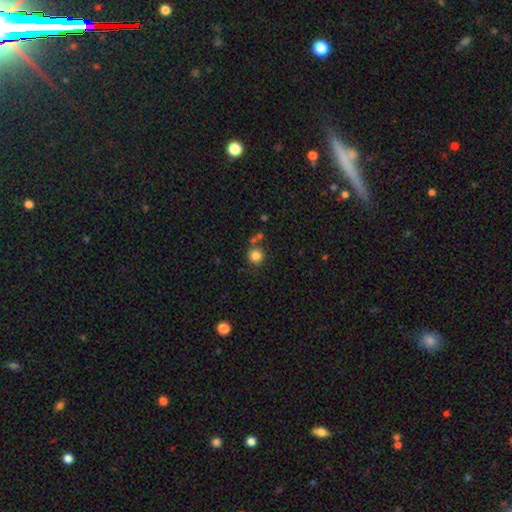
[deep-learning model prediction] smooth 83%, star or artifact 11%, featured or disk 6%. Down the decision tree: how rounded — round (93%); merging — none (71%).